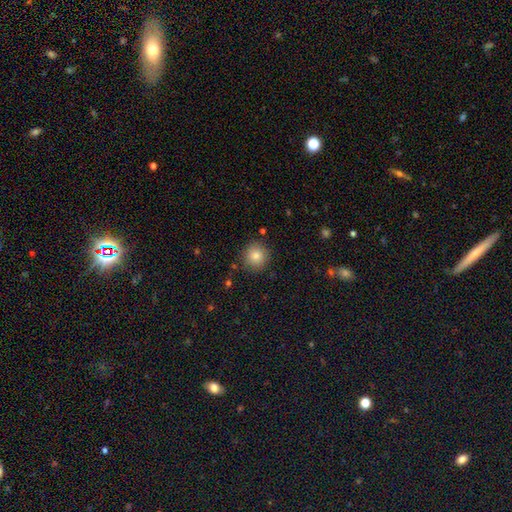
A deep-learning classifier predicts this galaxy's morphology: A smooth galaxy with no disk features (81%) that is round (93%). Merging: none (89%).